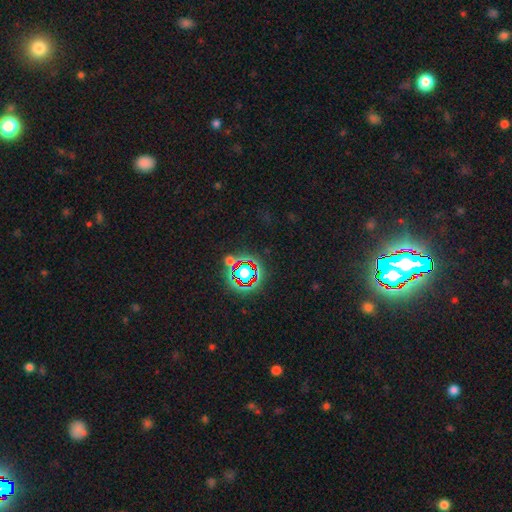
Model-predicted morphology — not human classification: Smooth or featured? Predicted: star or artifact (p=0.80).